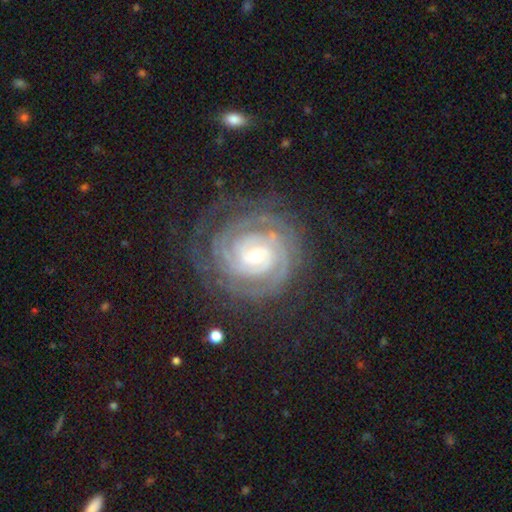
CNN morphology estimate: smooth_or_featured: featured or disk (p=0.91) [alt: star or artifact p=0.05]
disk_edge_on: no (p=0.97) [alt: yes p=0.03]
bar: no (p=0.45) [alt: weak p=0.37]
has_spiral_arms: yes (p=0.98) [alt: no p=0.02]
spiral_winding: tight (p=0.85) [alt: medium p=0.13]
spiral_arm_count: 2 (p=0.30) [alt: can't tell p=0.22]
bulge_size: small (p=0.58) [alt: moderate p=0.38]
merging: none (p=0.76) [alt: minor disturbance p=0.15]